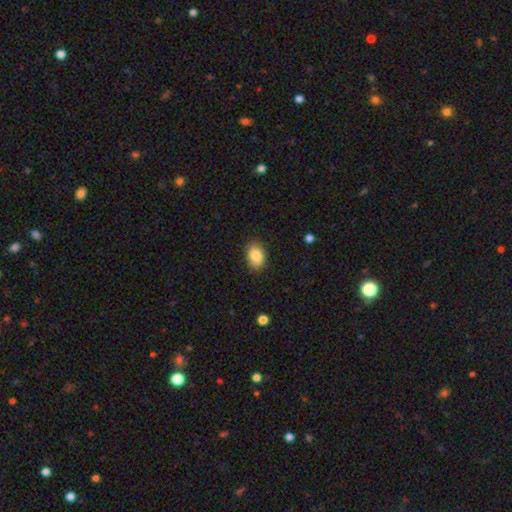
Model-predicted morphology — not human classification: smooth-or-featured: smooth: 86% | star or artifact: 8% | featured or disk: 7%
  how-rounded: in between: 84% | round: 15% | cigar-shaped: 1%
  merging: none: 87% | minor disturbance: 10% | major disturbance: 2% | merger: 1%